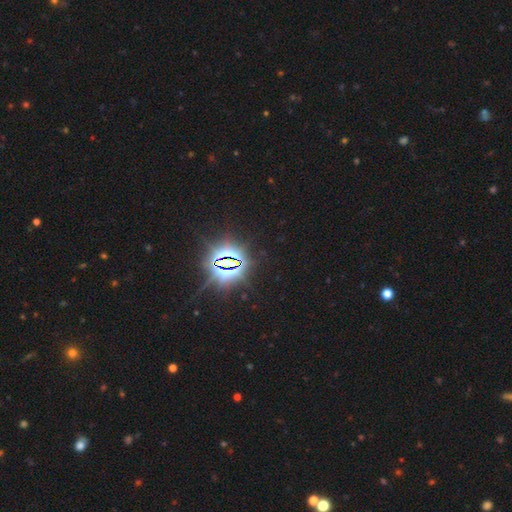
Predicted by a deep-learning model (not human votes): Smooth or featured: star or artifact — 86% (smooth — 9%)